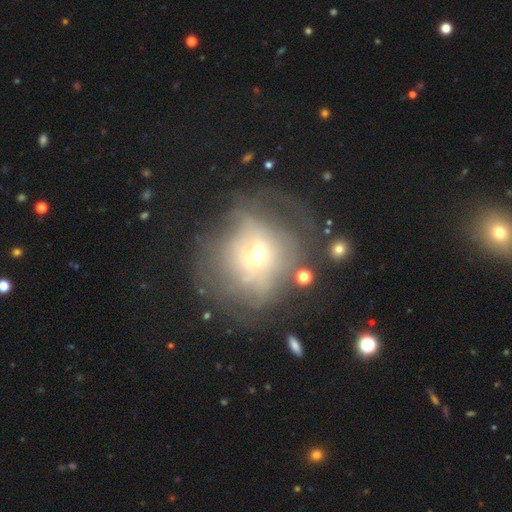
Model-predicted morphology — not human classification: Smooth or featured? featured or disk (46%)
Merging? none (52%)